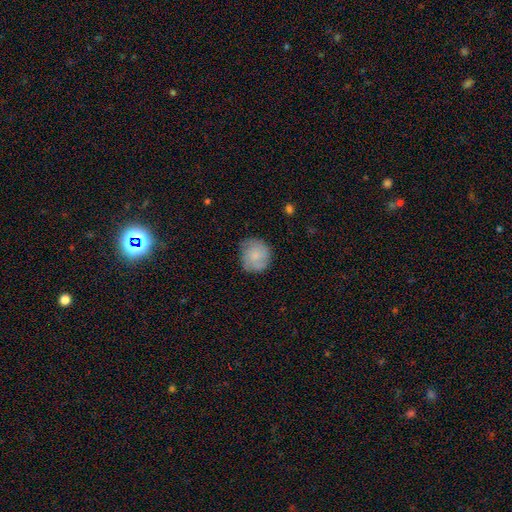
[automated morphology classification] A smooth galaxy with no disk features (69%) that is round (87%).

Vote fractions:
- Smooth or featured? smooth: 69% / featured or disk: 24% / star or artifact: 7%
- How rounded? round: 87% / in between: 12% / cigar-shaped: 1%
- Merging? none: 71% / minor disturbance: 23% / major disturbance: 5% / merger: 1%